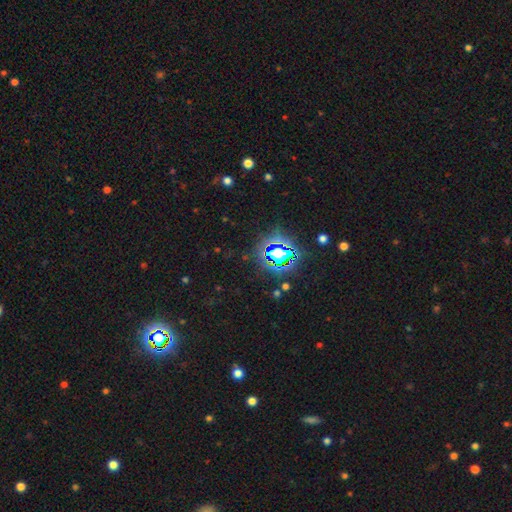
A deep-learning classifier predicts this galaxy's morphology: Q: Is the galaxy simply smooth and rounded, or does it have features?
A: star or artifact — 80%.